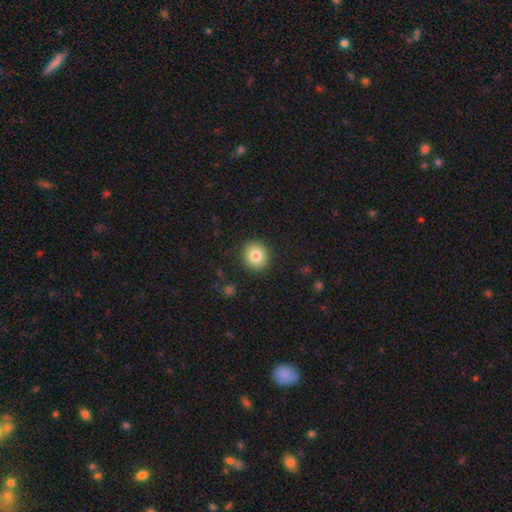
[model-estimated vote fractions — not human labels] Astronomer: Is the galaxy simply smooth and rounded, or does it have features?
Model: smooth — 81%.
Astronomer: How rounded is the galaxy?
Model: round — 81%.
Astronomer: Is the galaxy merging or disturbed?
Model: none — 89%.